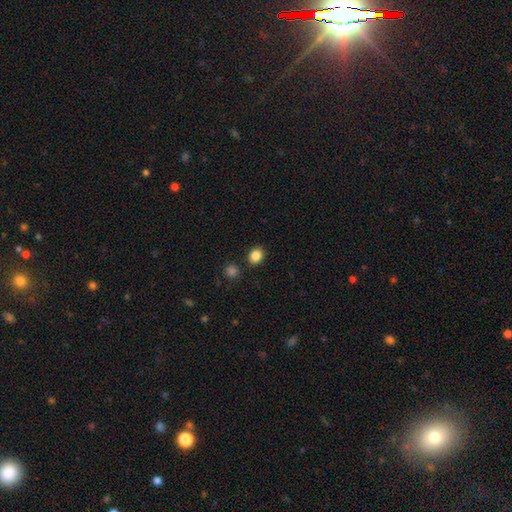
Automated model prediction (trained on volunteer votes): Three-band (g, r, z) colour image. It shows a smooth galaxy with no disk features (86%) that is round (56%). Merging: none (86%).